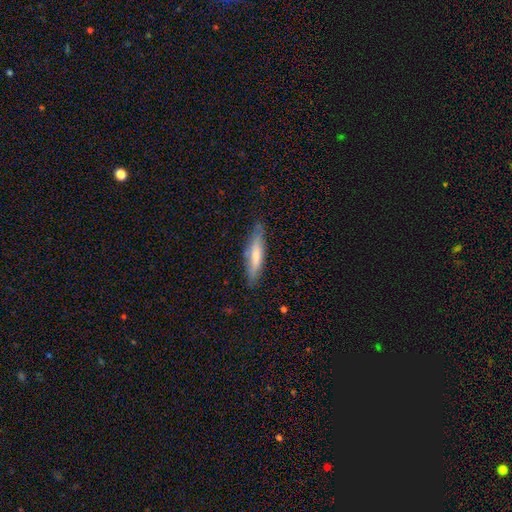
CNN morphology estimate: smooth-or-featured: smooth: 64% | featured or disk: 30% | star or artifact: 6%
  how-rounded: cigar-shaped: 78% | in between: 20% | round: 1%
  merging: none: 79% | minor disturbance: 16% | major disturbance: 3% | merger: 2%